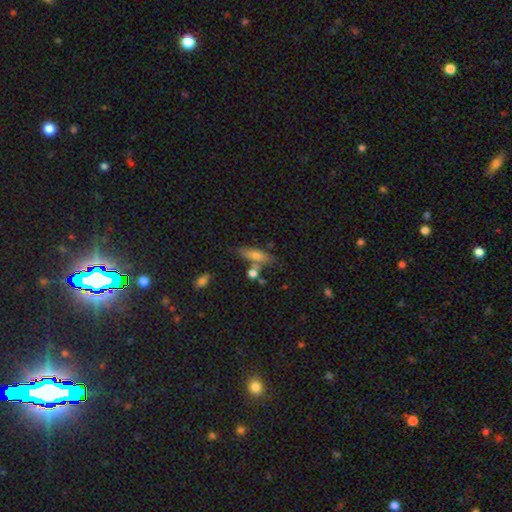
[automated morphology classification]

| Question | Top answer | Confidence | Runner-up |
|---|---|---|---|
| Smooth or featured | smooth | 70% | featured or disk (21%) |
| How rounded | cigar-shaped | 52% | in between (44%) |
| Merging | none | 63% | minor disturbance (16%) |